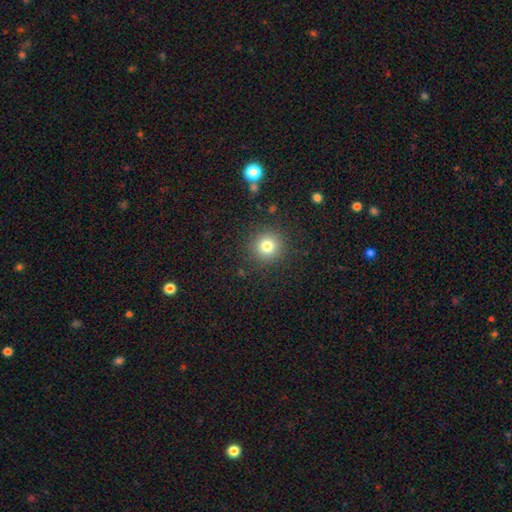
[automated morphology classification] Smooth or featured? Predicted: smooth (p=0.64). How rounded? Predicted: round (p=0.95). Merging? Predicted: none (p=0.91).